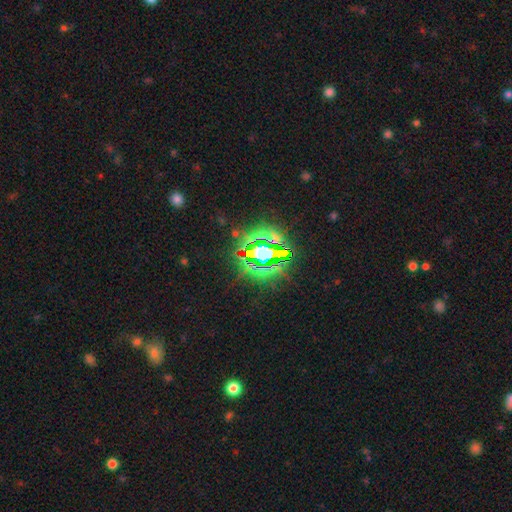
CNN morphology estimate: This appears to be a star or artifact, not a galaxy (78%).